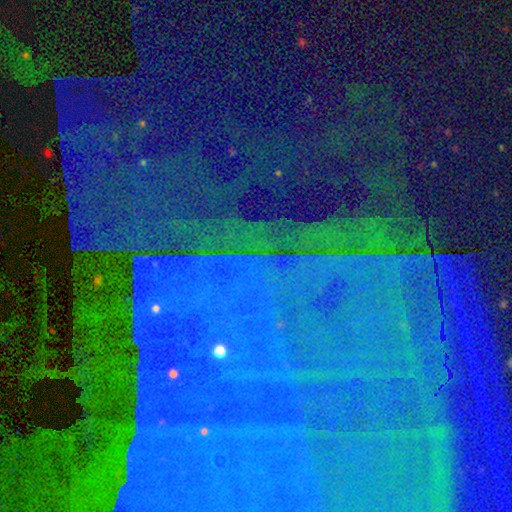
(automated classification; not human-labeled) Smooth or featured? star or artifact (86%)